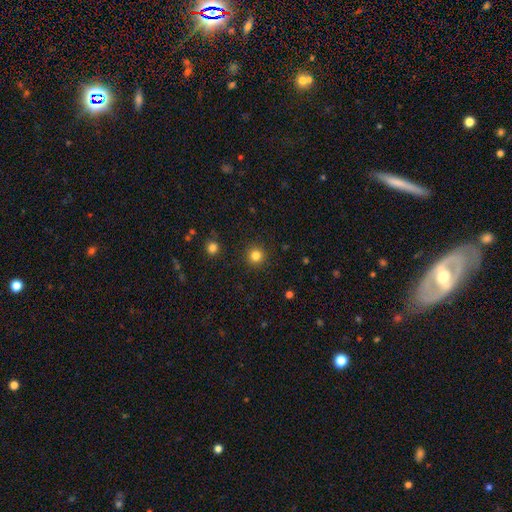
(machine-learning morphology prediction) smooth_or_featured: smooth (p=0.82) [alt: star or artifact p=0.13]
how_rounded: round (p=0.94) [alt: in between p=0.05]
merging: none (p=0.91) [alt: minor disturbance p=0.05]